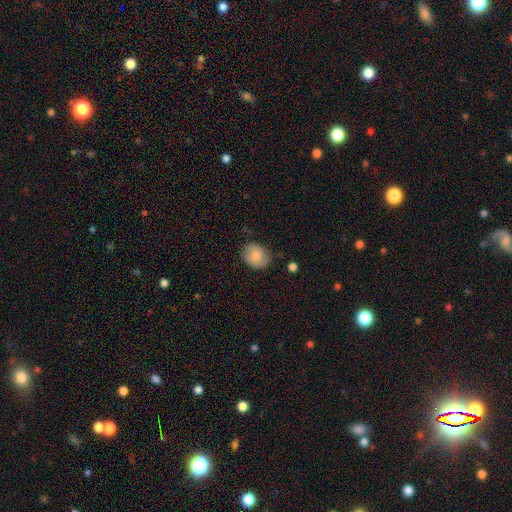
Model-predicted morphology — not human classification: Smooth or featured: smooth — 75% (featured or disk — 18%)
How rounded: in between — 50% (round — 49%)
Merging: none — 73% (minor disturbance — 20%)